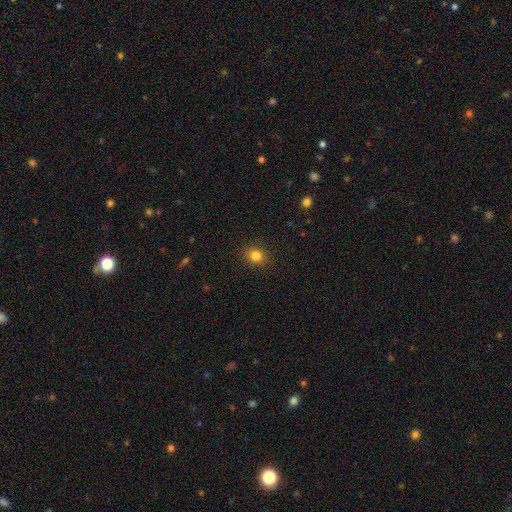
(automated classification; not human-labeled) Smooth or featured: smooth — 83% (star or artifact — 12%)
How rounded: round — 63% (in between — 36%)
Merging: none — 89% (minor disturbance — 8%)